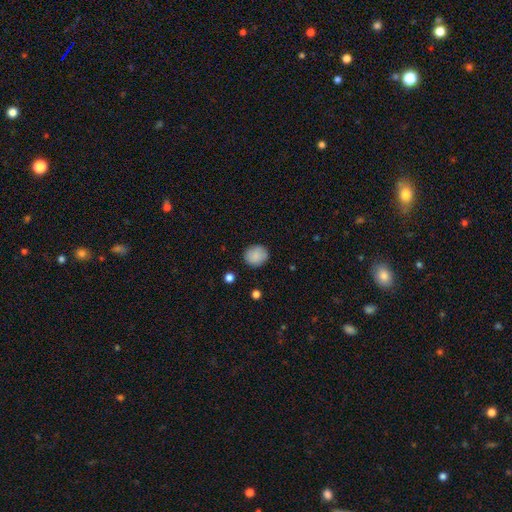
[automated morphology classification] Smooth or featured: smooth — 86% (star or artifact — 8%)
How rounded: round — 79% (in between — 20%)
Merging: none — 87% (minor disturbance — 10%)